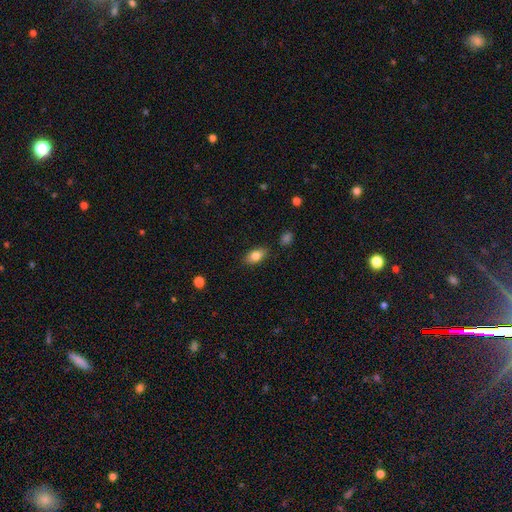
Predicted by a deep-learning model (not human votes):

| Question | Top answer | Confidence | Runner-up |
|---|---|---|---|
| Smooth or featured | smooth | 81% | featured or disk (11%) |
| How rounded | in between | 87% | round (7%) |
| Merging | none | 85% | minor disturbance (11%) |